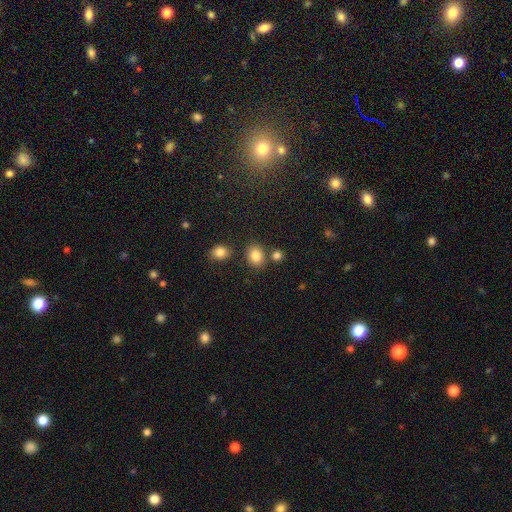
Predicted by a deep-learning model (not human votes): Smooth or featured?
  - smooth: 84% *
  - star or artifact: 10%
  - featured or disk: 5%
How rounded?
  - round: 56% *
  - in between: 43%
  - cigar-shaped: 1%
Merging?
  - none: 75% *
  - merger: 12%
  - minor disturbance: 10%
  - major disturbance: 3%